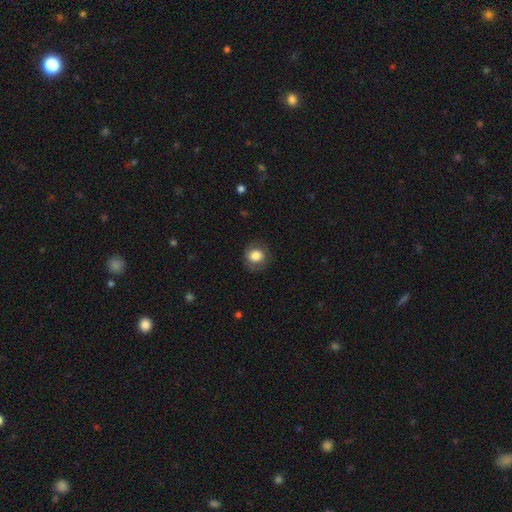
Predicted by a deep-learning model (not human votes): This appears to be a smooth galaxy with no disk features (81%) that is round (77%). Merging: none (79%).